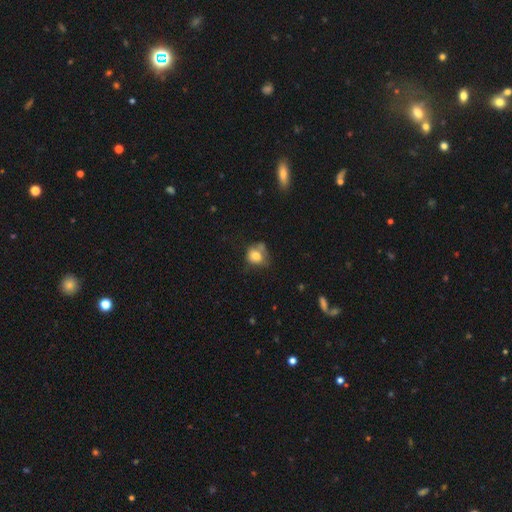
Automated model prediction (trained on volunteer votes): A smooth galaxy with no disk features (76%) that is round (62%).

Vote fractions:
- Smooth or featured? smooth: 76% / featured or disk: 15% / star or artifact: 10%
- How rounded? round: 62% / in between: 37% / cigar-shaped: 1%
- Merging? none: 41% / minor disturbance: 28% / merger: 16% / major disturbance: 15%